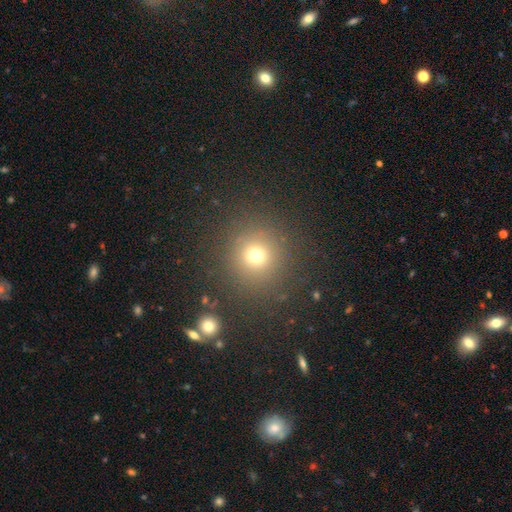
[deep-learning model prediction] Smooth or featured?
  - smooth: 71% *
  - star or artifact: 21%
  - featured or disk: 9%
How rounded?
  - round: 92% *
  - in between: 7%
  - cigar-shaped: 1%
Merging?
  - none: 86% *
  - minor disturbance: 8%
  - major disturbance: 4%
  - merger: 2%